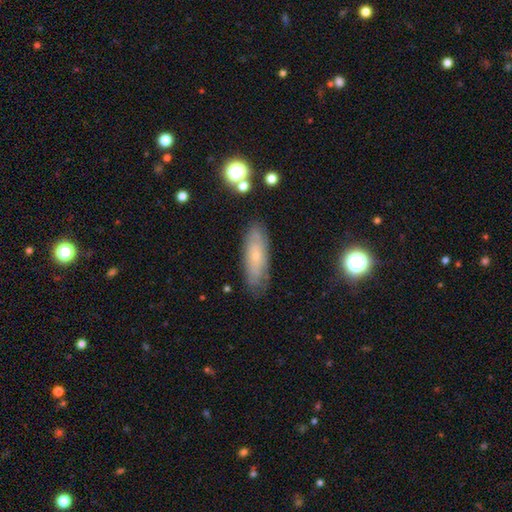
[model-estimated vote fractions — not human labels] Smooth or featured? Predicted: featured or disk (p=0.47). Merging? Predicted: none (p=0.79).